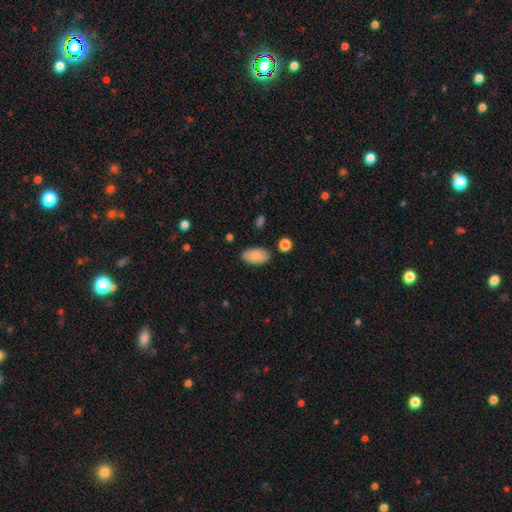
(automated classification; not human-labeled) smooth 86%, featured or disk 8%, star or artifact 7%. Down the decision tree: how rounded — in between (95%); merging — none (85%).